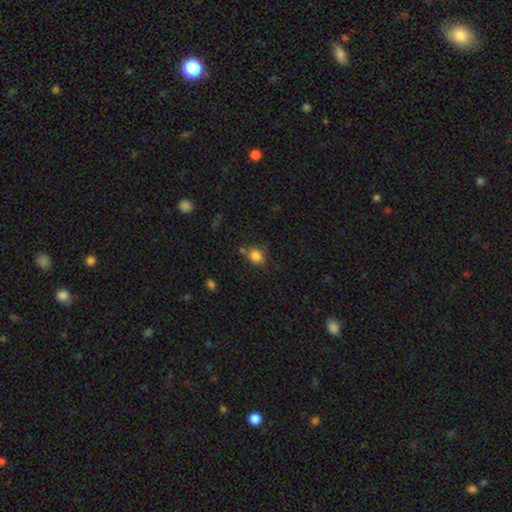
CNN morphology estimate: smooth 83%, star or artifact 11%, featured or disk 6%. Down the decision tree: how rounded — round (55%); merging — none (66%).